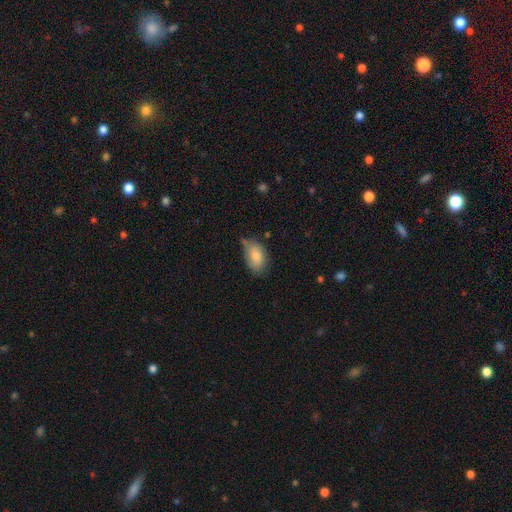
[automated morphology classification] Smooth or featured: smooth — 82% (featured or disk — 11%)
How rounded: in between — 91% (round — 7%)
Merging: none — 47% (minor disturbance — 39%)